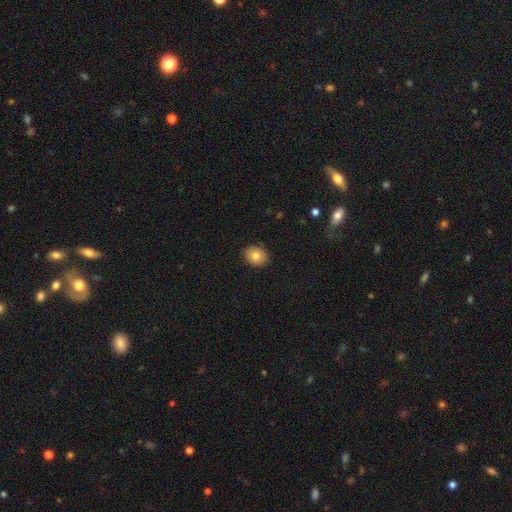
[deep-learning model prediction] smooth-or-featured: smooth: 79% | featured or disk: 12% | star or artifact: 9%
  how-rounded: round: 50% | in between: 49% | cigar-shaped: 1%
  merging: none: 89% | minor disturbance: 8% | major disturbance: 2% | merger: 1%